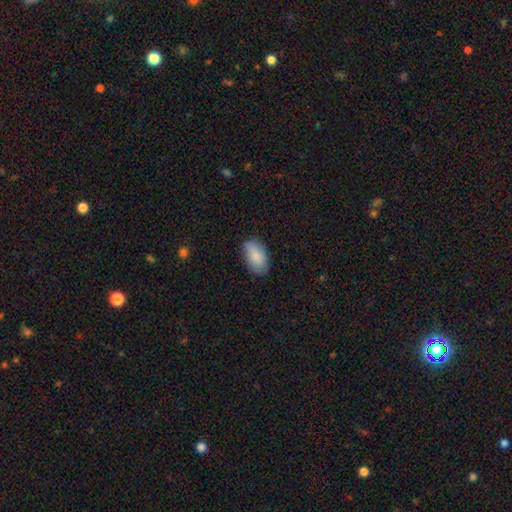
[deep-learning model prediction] Morphology: type=smooth (86%); roundness=in between (94%); merging=none (75%).